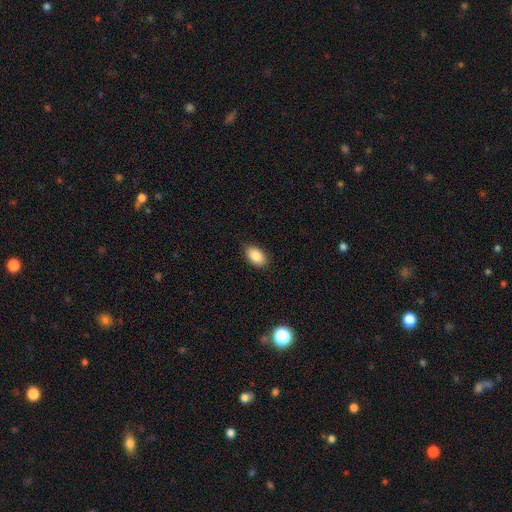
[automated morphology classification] A smooth galaxy with no disk features (88%) that is in between round and cigar-shaped (93%). Merging: none (87%).